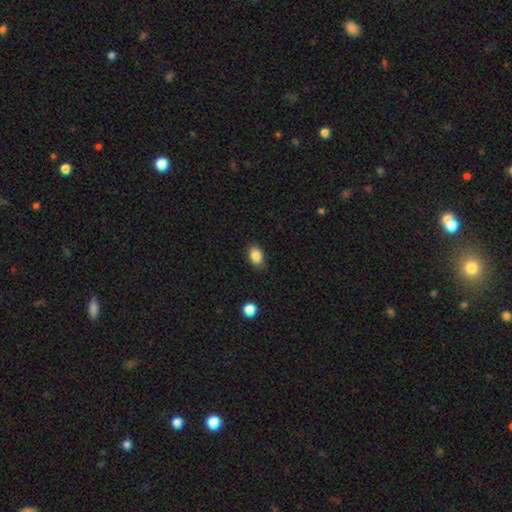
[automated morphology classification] The model was most divided on "how rounded": in between: 83%, round: 16%, cigar-shaped: 1%. More confident: smooth or featured — smooth (86%); merging — none (85%).